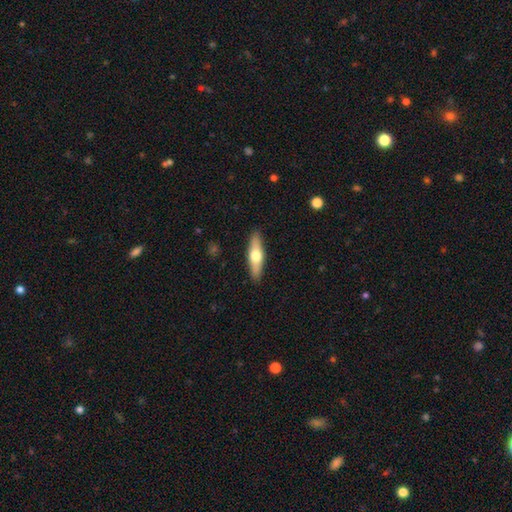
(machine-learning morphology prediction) A smooth galaxy with no disk features (51%) that is cigar-shaped (61%). Merging: none (90%).